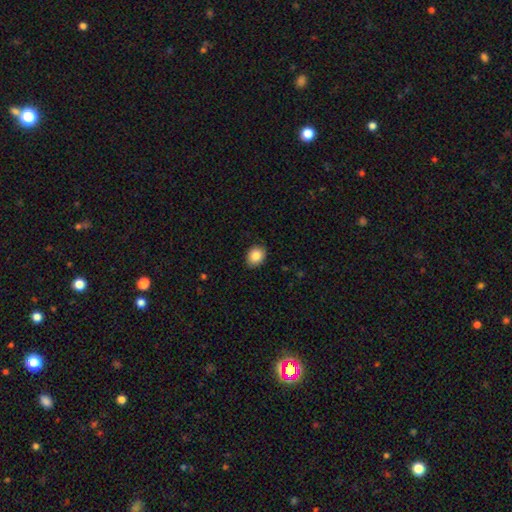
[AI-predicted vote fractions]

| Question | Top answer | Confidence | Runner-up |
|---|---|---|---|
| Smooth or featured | smooth | 86% | star or artifact (8%) |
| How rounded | in between | 50% | round (49%) |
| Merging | none | 88% | minor disturbance (9%) |